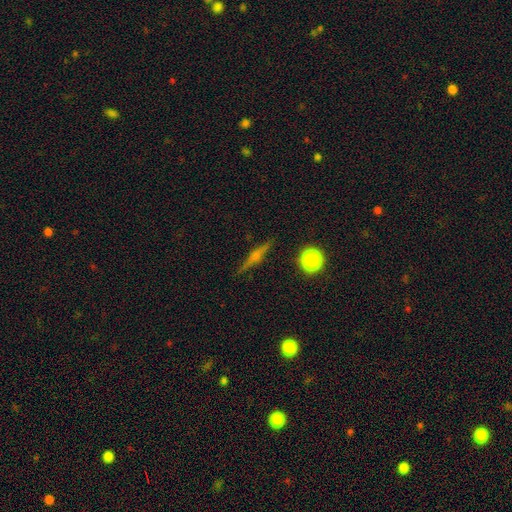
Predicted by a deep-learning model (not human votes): Overall: featured or disk (64%). Edge-on disk: yes (96%). Edge-on bulge: rounded (75%). Merging: none (88%).